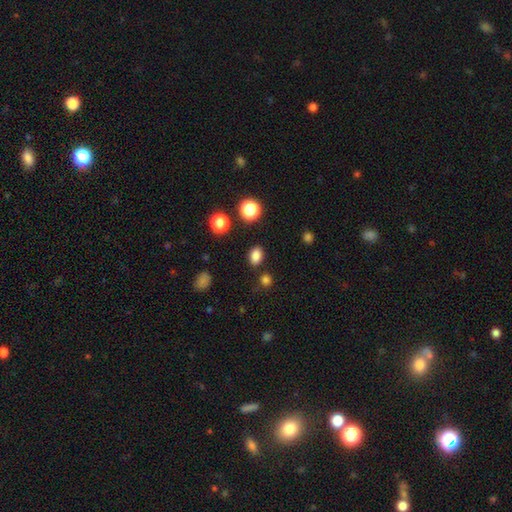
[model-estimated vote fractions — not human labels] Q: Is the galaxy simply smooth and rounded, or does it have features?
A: smooth — 84%.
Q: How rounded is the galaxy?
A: in between — 68%.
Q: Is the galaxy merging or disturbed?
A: none — 84%.